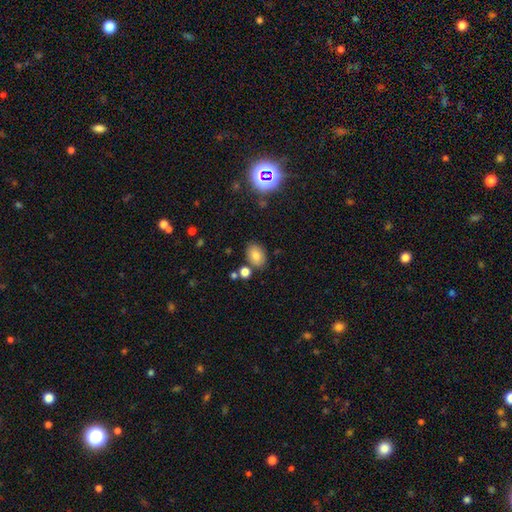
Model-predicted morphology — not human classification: This appears to be a smooth galaxy with no disk features (78%) that is in between round and cigar-shaped (79%). Merging: none (78%).